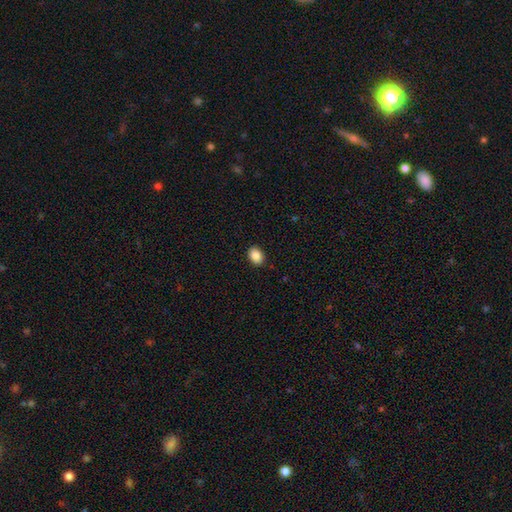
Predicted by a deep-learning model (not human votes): This is clearly a smooth galaxy (89%). How rounded: likely in between (75%). Merging: clearly none (89%).